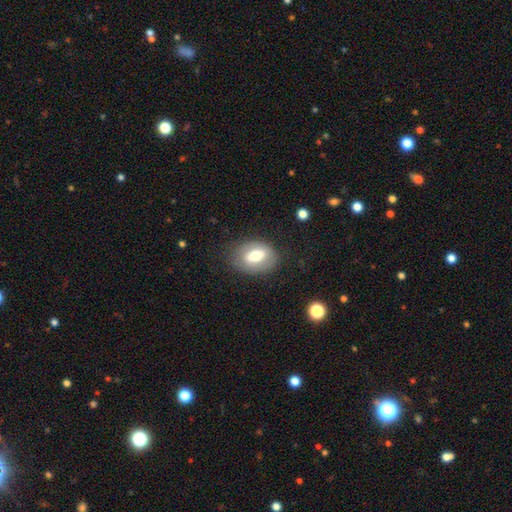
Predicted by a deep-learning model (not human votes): Smooth or featured?
  - smooth: 61% *
  - featured or disk: 32%
  - star or artifact: 7%
How rounded?
  - in between: 82% *
  - round: 17%
  - cigar-shaped: 1%
Merging?
  - none: 74% *
  - minor disturbance: 17%
  - major disturbance: 7%
  - merger: 2%